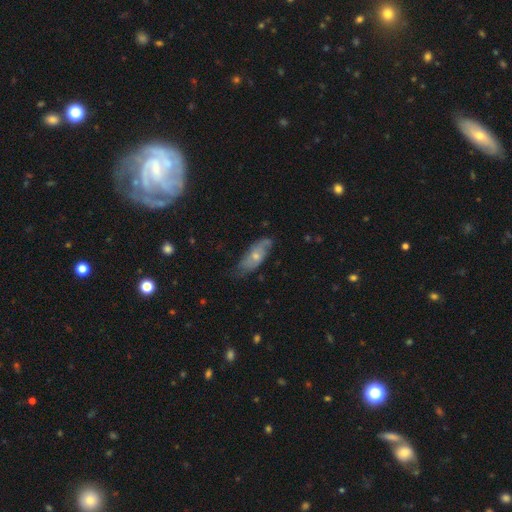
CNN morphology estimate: This is possibly a featured or disk galaxy (48%). Merging: possibly none (59%).